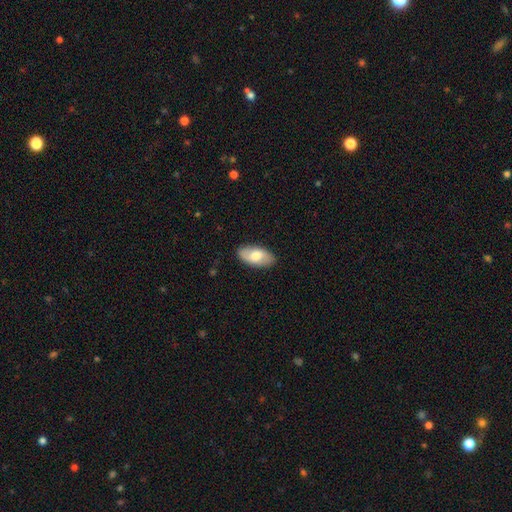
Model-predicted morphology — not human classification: The model was most divided on "smooth or featured": smooth: 64%, featured or disk: 31%, star or artifact: 6%. More confident: how rounded — in between (93%); merging — none (86%).